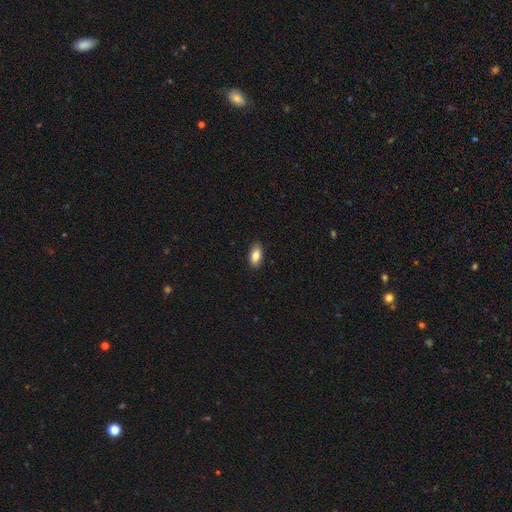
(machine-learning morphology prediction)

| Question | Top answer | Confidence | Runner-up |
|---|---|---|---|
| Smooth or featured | smooth | 83% | featured or disk (10%) |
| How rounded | in between | 91% | cigar-shaped (6%) |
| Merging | none | 89% | minor disturbance (8%) |